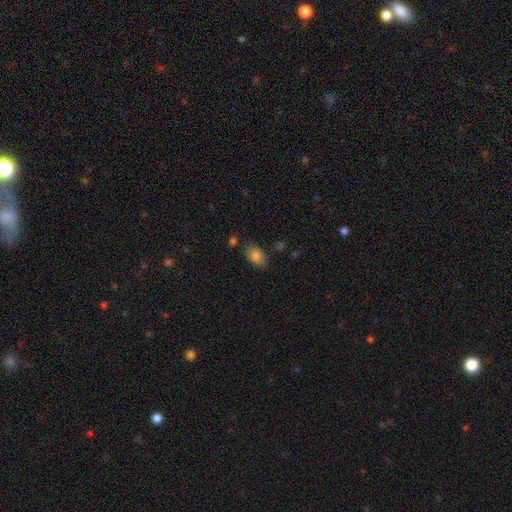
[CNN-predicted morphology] Q: Smooth or featured?
A: smooth (83%); runner-up: star or artifact (8%)
Q: How rounded?
A: in between (90%); runner-up: round (9%)
Q: Merging?
A: none (78%); runner-up: minor disturbance (14%)